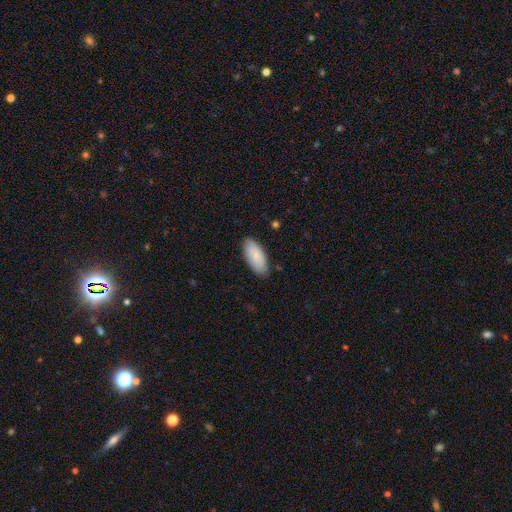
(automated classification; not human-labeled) smooth-or-featured: smooth: 86% | featured or disk: 8% | star or artifact: 6%
  how-rounded: in between: 89% | cigar-shaped: 9% | round: 2%
  merging: none: 84% | minor disturbance: 13% | major disturbance: 2% | merger: 1%